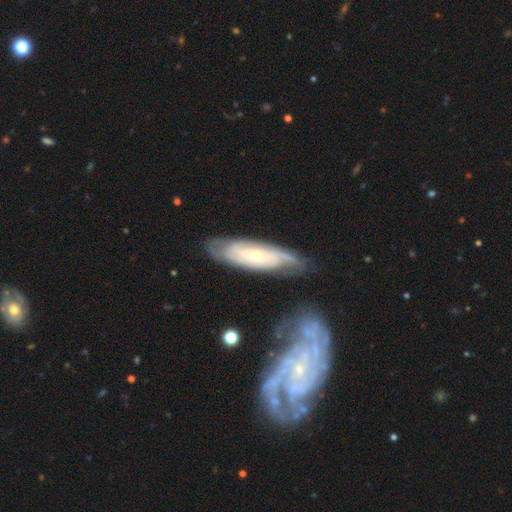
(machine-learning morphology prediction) Smooth or featured? Predicted: featured or disk (p=0.74). Edge-on disk? Predicted: no (p=0.82). Bar? Predicted: no (p=0.68). Spiral arms? Predicted: yes (p=0.86). Spiral winding? Predicted: tight (p=0.65). Spiral arm count? Predicted: can't tell (p=0.50). Bulge size? Predicted: small (p=0.62). Merging? Predicted: none (p=0.72).